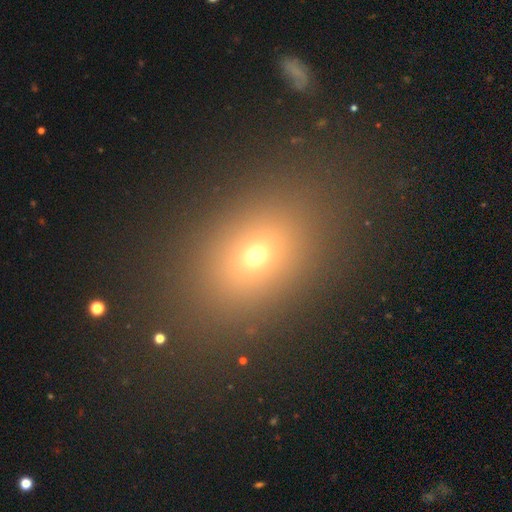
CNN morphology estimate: This is likely a smooth galaxy (66%). How rounded: likely in between (61%). Merging: clearly none (85%).